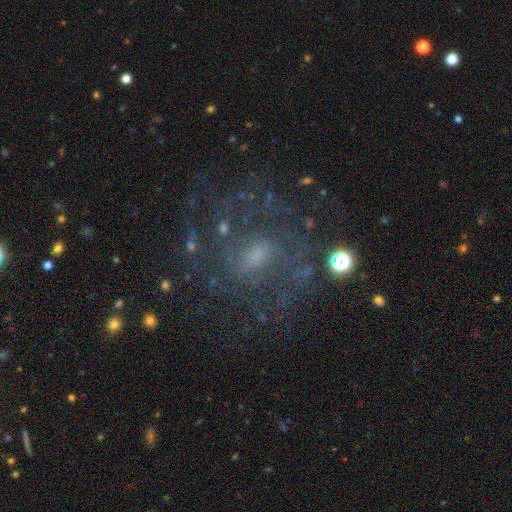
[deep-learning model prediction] featured or disk 73%, star or artifact 14%, smooth 13%. Down the decision tree: edge-on disk — no (97%); bar — weak (49%); spiral arms — yes (84%); spiral arm count — can't tell (45%); spiral winding — tight (43%); bulge size — small (44%); merging — none (66%).